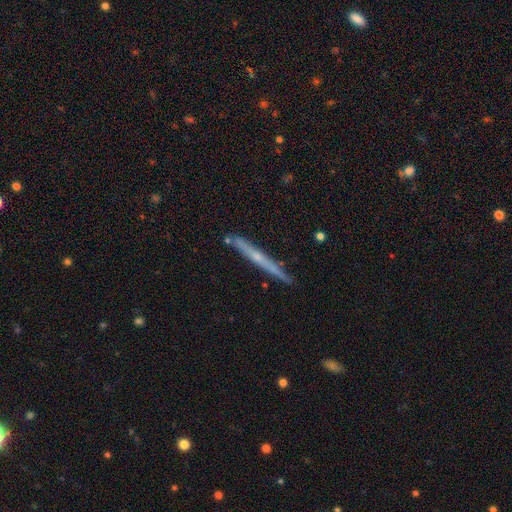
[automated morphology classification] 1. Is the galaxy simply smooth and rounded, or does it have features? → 64% featured or disk, 29% smooth, 6% star or artifact.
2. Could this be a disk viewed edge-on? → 97% yes, 3% no.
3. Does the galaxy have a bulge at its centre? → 51% none, 44% rounded, 5% boxy.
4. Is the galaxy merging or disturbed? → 87% none, 10% minor disturbance, 2% merger, 2% major disturbance.